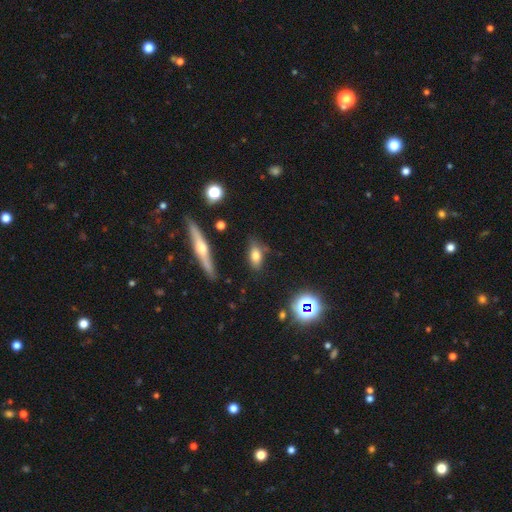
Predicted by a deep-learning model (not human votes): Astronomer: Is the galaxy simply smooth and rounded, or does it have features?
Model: smooth — 71%.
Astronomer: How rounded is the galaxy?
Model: in between — 82%.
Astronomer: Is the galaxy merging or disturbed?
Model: none — 73%.